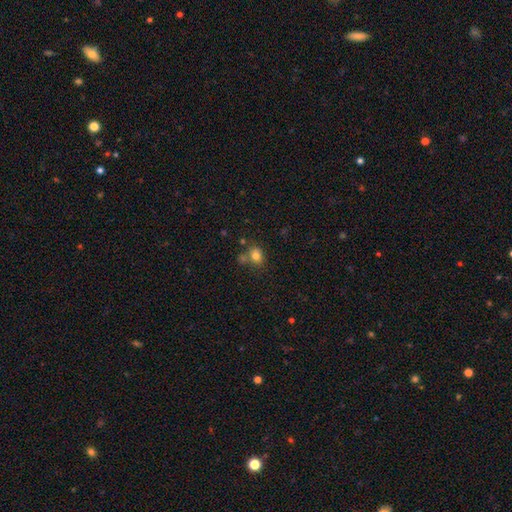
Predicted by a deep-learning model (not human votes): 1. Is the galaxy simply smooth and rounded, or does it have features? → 79% smooth, 13% star or artifact, 8% featured or disk.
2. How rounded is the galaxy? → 59% round, 40% in between, 1% cigar-shaped.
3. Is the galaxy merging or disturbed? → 62% none, 19% merger, 14% minor disturbance, 5% major disturbance.